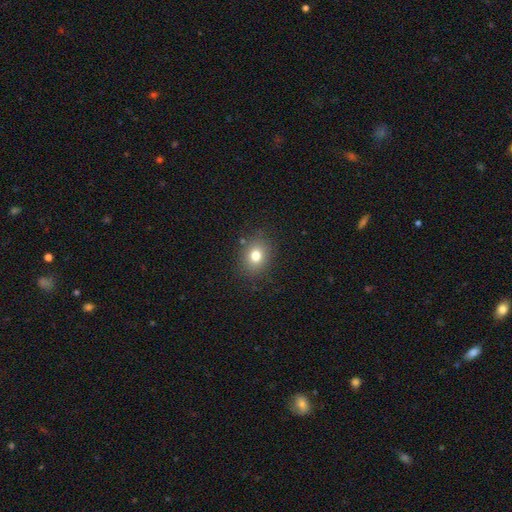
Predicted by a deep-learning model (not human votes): Smooth or featured? smooth (77%)
How rounded? round (63%)
Merging? none (85%)